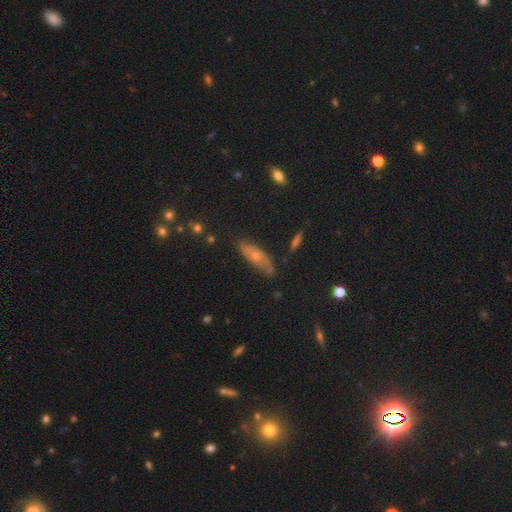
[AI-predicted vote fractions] This appears to be a featured or disk galaxy (49%). Merging: none (69%).